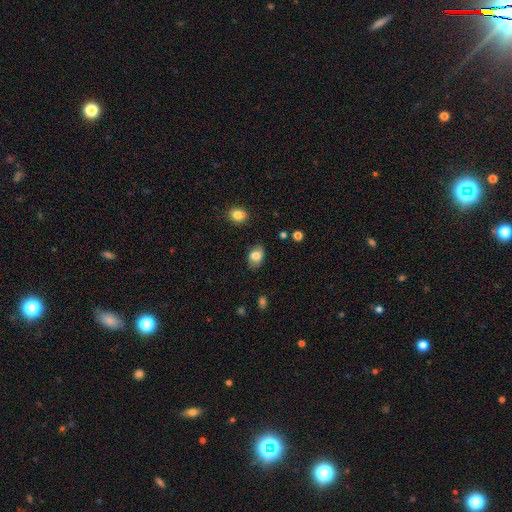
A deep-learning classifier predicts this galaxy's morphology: smooth-or-featured: smooth: 79% | featured or disk: 13% | star or artifact: 8%
  how-rounded: in between: 80% | round: 18% | cigar-shaped: 1%
  merging: none: 80% | minor disturbance: 15% | major disturbance: 3% | merger: 2%